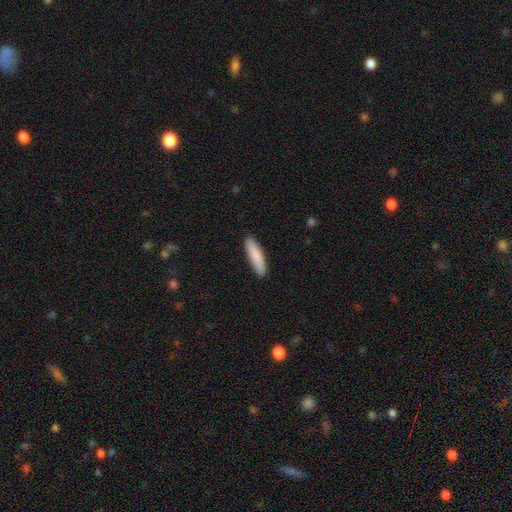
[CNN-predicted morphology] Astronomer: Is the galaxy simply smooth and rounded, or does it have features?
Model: smooth — 86%.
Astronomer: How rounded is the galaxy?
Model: cigar-shaped — 77%.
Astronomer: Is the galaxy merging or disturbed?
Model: none — 89%.